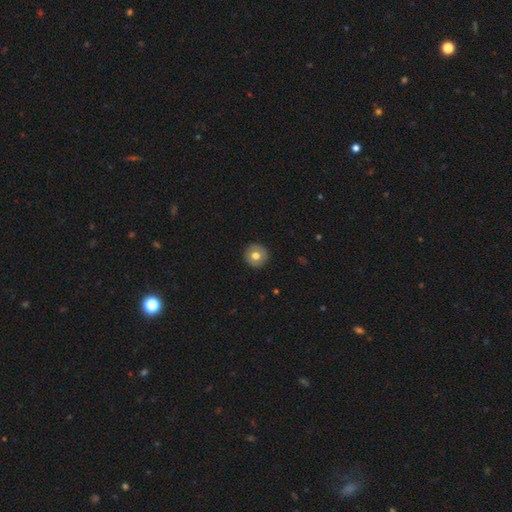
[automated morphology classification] Q: Smooth or featured?
A: smooth (73%); runner-up: featured or disk (20%)
Q: How rounded?
A: round (95%); runner-up: in between (4%)
Q: Merging?
A: none (92%); runner-up: minor disturbance (6%)